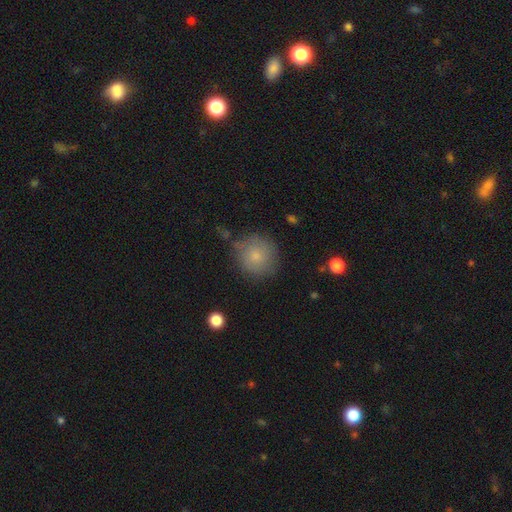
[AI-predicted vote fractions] A smooth galaxy with no disk features (79%) that is round (93%). Merging: none (76%).